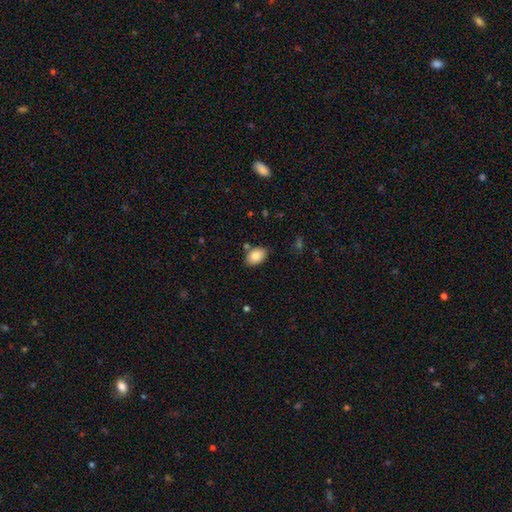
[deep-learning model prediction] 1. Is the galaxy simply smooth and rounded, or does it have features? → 86% smooth, 7% star or artifact, 7% featured or disk.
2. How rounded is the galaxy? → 87% in between, 12% round, 1% cigar-shaped.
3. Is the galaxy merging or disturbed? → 81% none, 12% minor disturbance, 5% merger, 3% major disturbance.